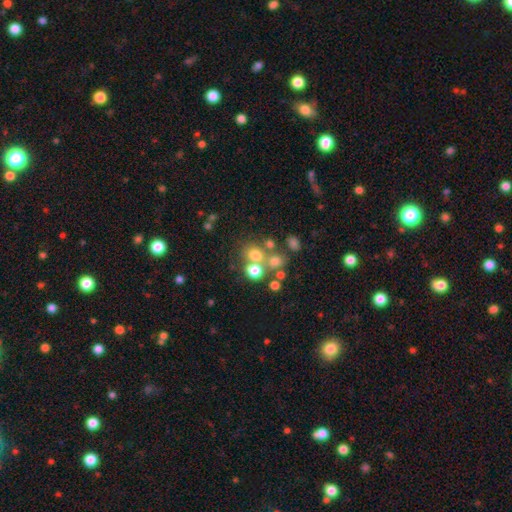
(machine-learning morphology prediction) This is likely a smooth galaxy (64%). How rounded: likely round (73%). Merging: possibly none (49%).